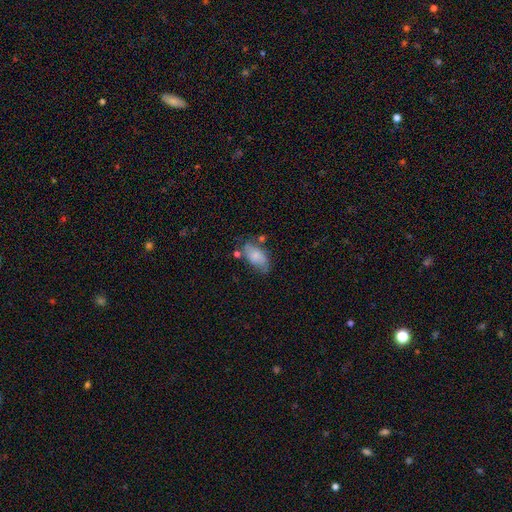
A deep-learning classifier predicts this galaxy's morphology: smooth 71%, featured or disk 21%, star or artifact 7%. Down the decision tree: how rounded — in between (92%); merging — none (56%).